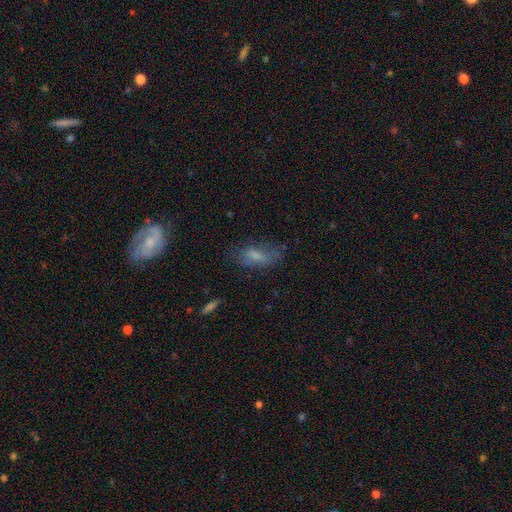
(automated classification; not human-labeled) Smooth or featured?
  - smooth: 63% *
  - featured or disk: 26%
  - star or artifact: 11%
How rounded?
  - in between: 75% *
  - cigar-shaped: 21%
  - round: 4%
Merging?
  - none: 59% *
  - minor disturbance: 24%
  - major disturbance: 14%
  - merger: 2%